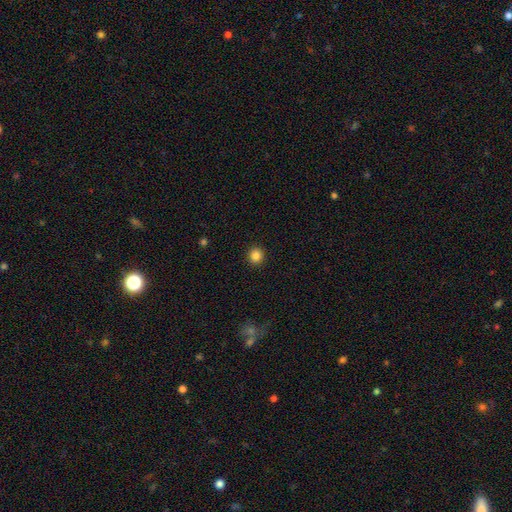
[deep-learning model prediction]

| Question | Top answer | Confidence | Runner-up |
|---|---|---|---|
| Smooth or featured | smooth | 86% | star or artifact (11%) |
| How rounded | round | 89% | in between (10%) |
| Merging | none | 92% | minor disturbance (5%) |